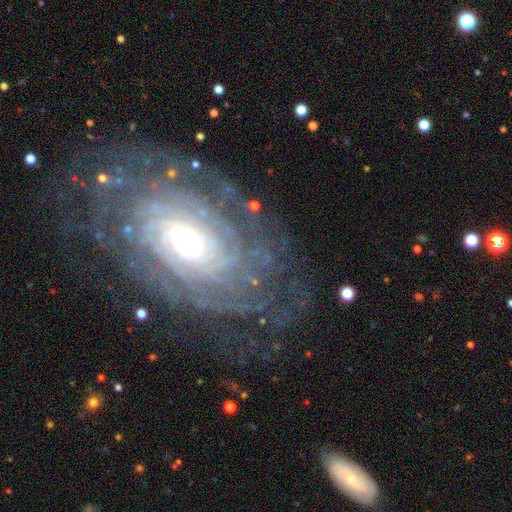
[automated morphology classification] Smooth or featured? Predicted: featured or disk (p=0.88). Edge-on disk? Predicted: no (p=0.95). Bar? Predicted: no (p=0.67). Spiral arms? Predicted: yes (p=0.97). Spiral winding? Predicted: tight (p=0.81). Spiral arm count? Predicted: can't tell (p=0.32). Bulge size? Predicted: moderate (p=0.53). Merging? Predicted: none (p=0.77).